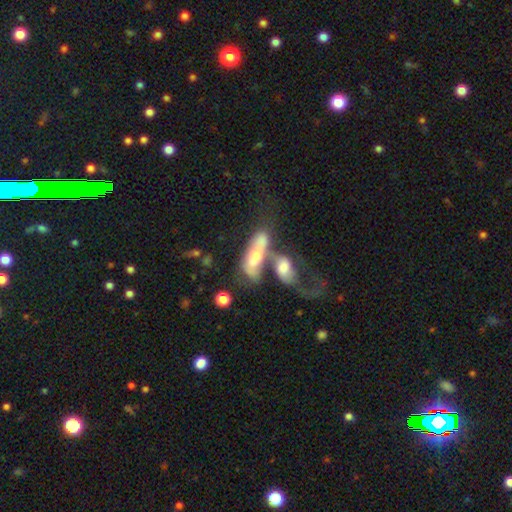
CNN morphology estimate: Q: Smooth or featured?
A: smooth (52%); runner-up: featured or disk (39%)
Q: How rounded?
A: in between (64%); runner-up: cigar-shaped (33%)
Q: Merging?
A: merger (66%); runner-up: major disturbance (14%)